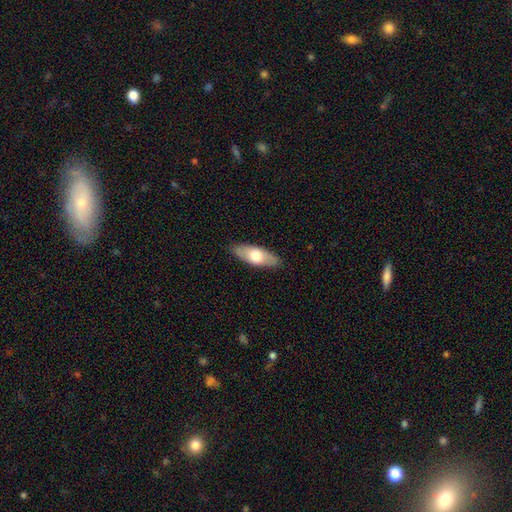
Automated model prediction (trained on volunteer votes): This is likely a smooth galaxy (61%). How rounded: likely in between (71%). Merging: clearly none (87%).